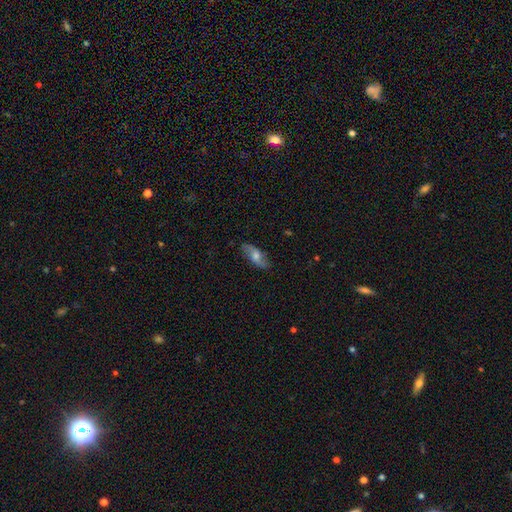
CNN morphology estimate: Q: Smooth or featured?
A: featured or disk (50%); runner-up: smooth (43%)
Q: Merging?
A: none (81%); runner-up: minor disturbance (14%)